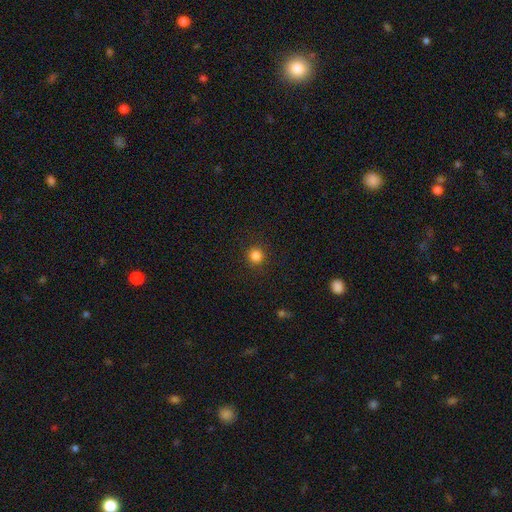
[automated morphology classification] Smooth or featured? Predicted: smooth (p=0.84). How rounded? Predicted: round (p=0.94). Merging? Predicted: none (p=0.91).